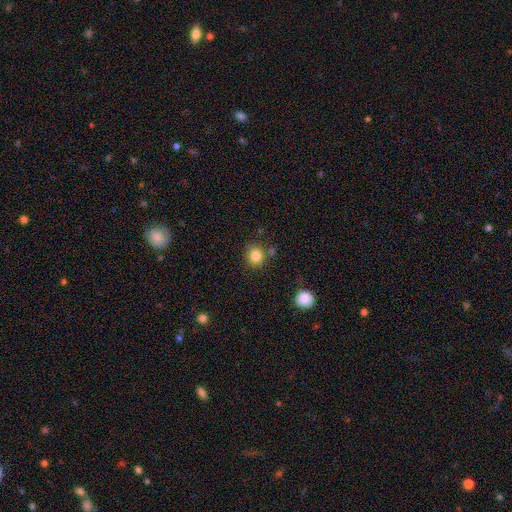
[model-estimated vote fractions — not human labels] Smooth or featured?
  - smooth: 83% *
  - star or artifact: 11%
  - featured or disk: 6%
How rounded?
  - round: 87% *
  - in between: 12%
  - cigar-shaped: 1%
Merging?
  - none: 80% *
  - minor disturbance: 10%
  - merger: 6%
  - major disturbance: 3%